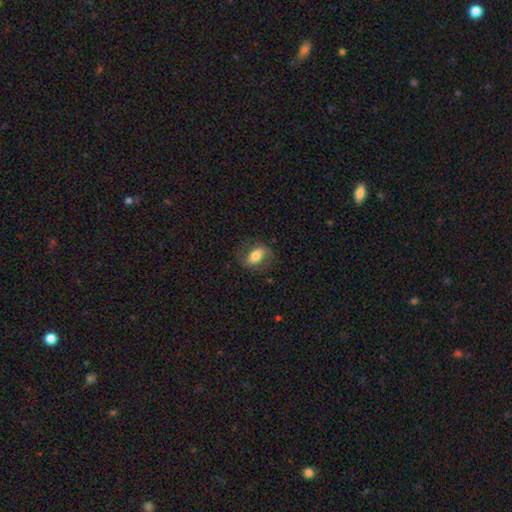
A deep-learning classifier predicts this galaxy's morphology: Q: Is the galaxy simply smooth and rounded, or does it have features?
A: smooth — 55%.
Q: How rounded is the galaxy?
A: in between — 84%.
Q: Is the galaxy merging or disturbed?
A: none — 70%.